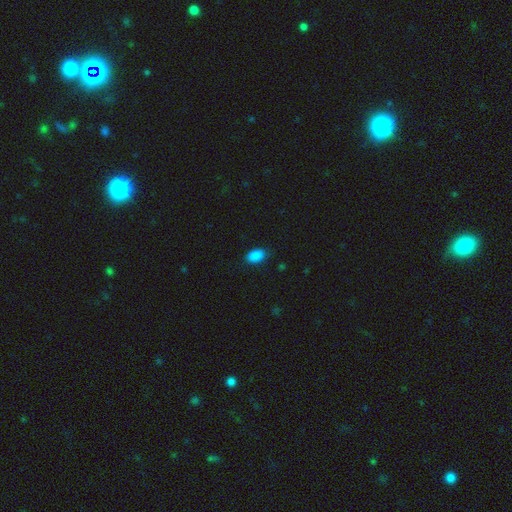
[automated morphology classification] A smooth galaxy with no disk features (89%) that is in between round and cigar-shaped (90%).

Vote fractions:
- Smooth or featured? smooth: 89% / star or artifact: 8% / featured or disk: 3%
- How rounded? in between: 90% / round: 8% / cigar-shaped: 2%
- Merging? none: 84% / minor disturbance: 12% / major disturbance: 3% / merger: 1%